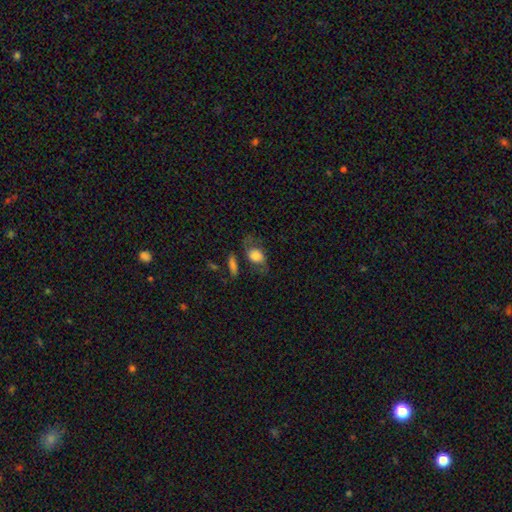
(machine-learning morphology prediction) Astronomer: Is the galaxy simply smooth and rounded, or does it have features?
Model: smooth — 62%.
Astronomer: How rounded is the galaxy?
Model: in between — 73%.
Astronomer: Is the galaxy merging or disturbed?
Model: none — 51%.